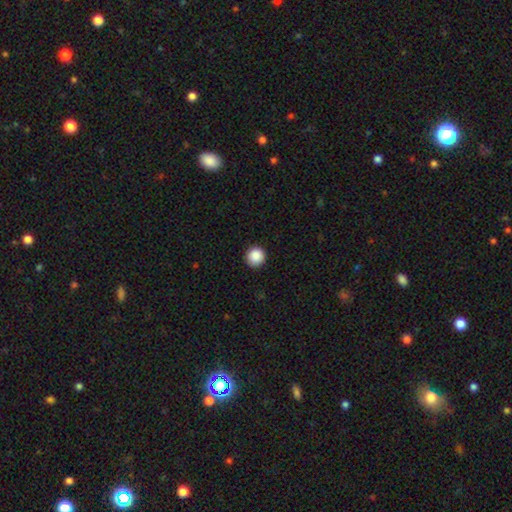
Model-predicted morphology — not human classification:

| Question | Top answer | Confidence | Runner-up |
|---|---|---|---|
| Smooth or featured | smooth | 88% | star or artifact (9%) |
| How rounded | round | 96% | in between (3%) |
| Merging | none | 92% | minor disturbance (5%) |